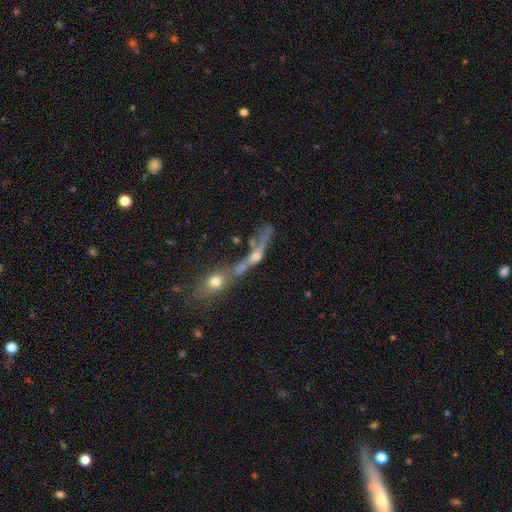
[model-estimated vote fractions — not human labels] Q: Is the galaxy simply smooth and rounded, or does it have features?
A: featured or disk — 47%.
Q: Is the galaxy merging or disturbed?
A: merger — 56%.